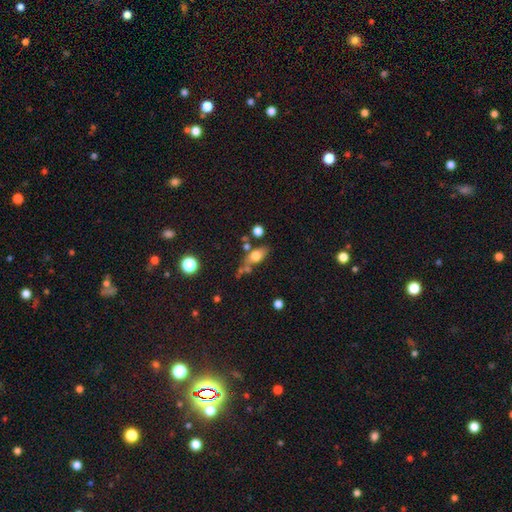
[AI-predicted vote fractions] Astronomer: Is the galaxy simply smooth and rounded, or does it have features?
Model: smooth — 68%.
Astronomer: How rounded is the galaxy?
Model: in between — 75%.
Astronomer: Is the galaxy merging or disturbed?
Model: none — 53%.